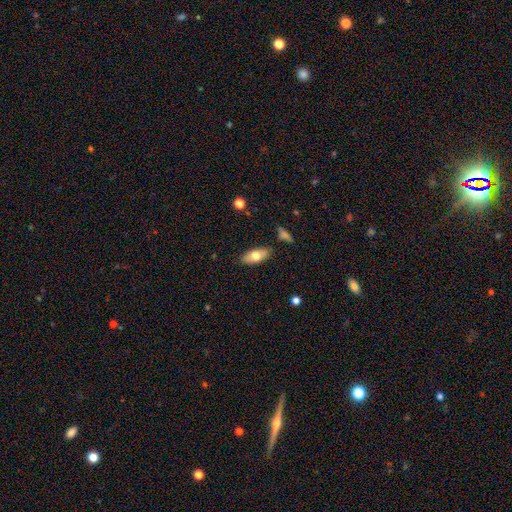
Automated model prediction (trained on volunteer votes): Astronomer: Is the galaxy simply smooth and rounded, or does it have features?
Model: smooth — 70%.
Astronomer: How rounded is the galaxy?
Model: in between — 84%.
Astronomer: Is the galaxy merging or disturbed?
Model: none — 84%.